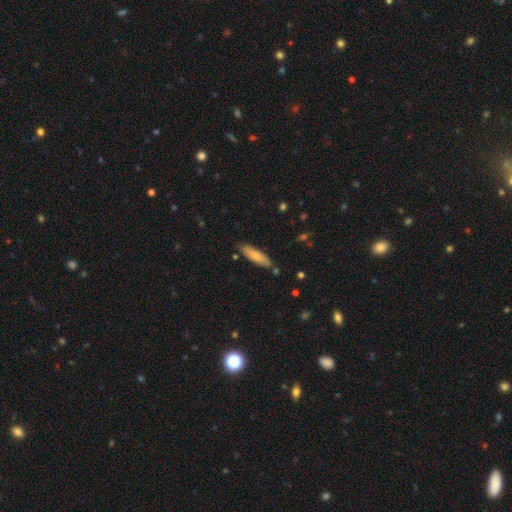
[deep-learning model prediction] Overall: smooth (76%). How rounded: cigar-shaped (66%; in between 32%). Merging: none (82%).